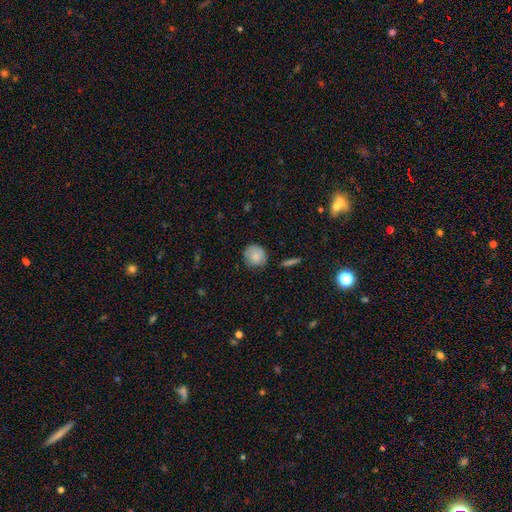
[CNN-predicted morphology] smooth-or-featured: smooth: 81% | featured or disk: 11% | star or artifact: 8%
  how-rounded: round: 86% | in between: 13% | cigar-shaped: 1%
  merging: none: 74% | minor disturbance: 20% | major disturbance: 4% | merger: 2%